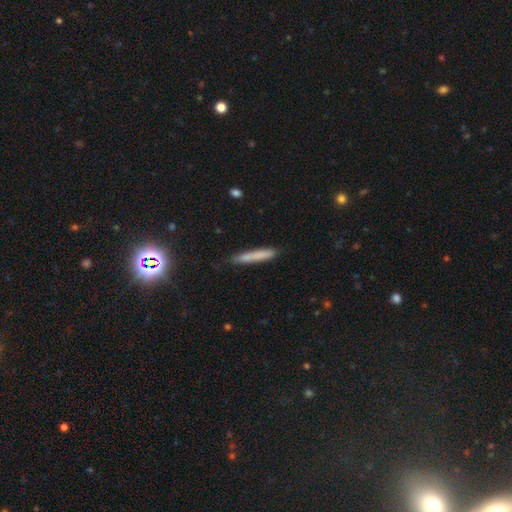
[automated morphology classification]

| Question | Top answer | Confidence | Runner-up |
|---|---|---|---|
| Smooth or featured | smooth | 74% | featured or disk (18%) |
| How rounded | cigar-shaped | 95% | in between (4%) |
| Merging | none | 82% | minor disturbance (14%) |